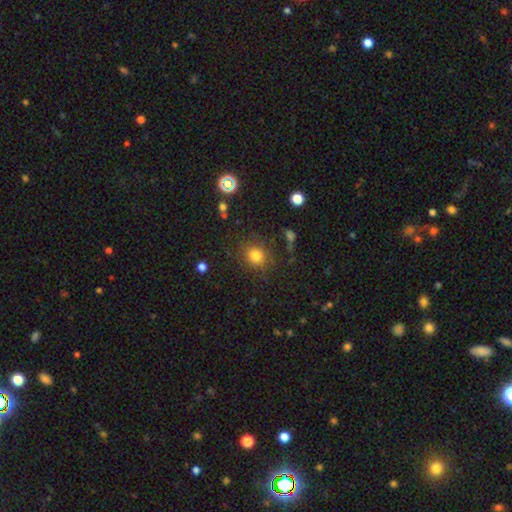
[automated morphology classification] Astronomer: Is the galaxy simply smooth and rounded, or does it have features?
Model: smooth — 79%.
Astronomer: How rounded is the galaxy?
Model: round — 77%.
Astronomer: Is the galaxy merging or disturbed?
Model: none — 80%.